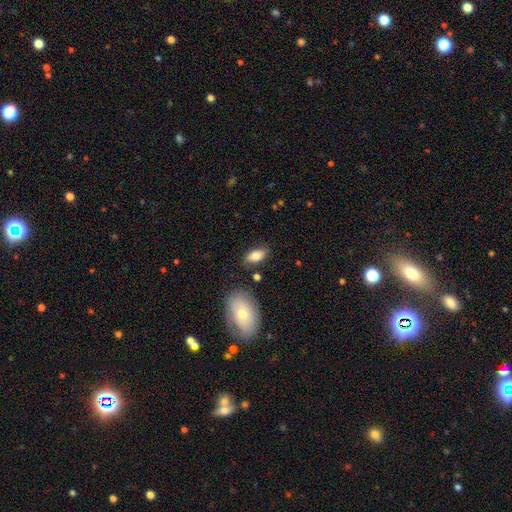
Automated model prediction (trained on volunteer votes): Q: Smooth or featured?
A: smooth (77%); runner-up: featured or disk (16%)
Q: How rounded?
A: in between (90%); runner-up: cigar-shaped (5%)
Q: Merging?
A: none (80%); runner-up: minor disturbance (13%)